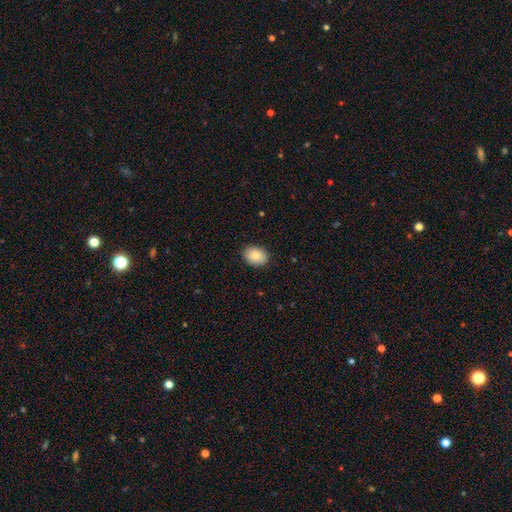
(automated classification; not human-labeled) The model was most divided on "how rounded": in between: 74%, round: 25%, cigar-shaped: 1%. More confident: merging — none (87%); smooth or featured — smooth (83%).